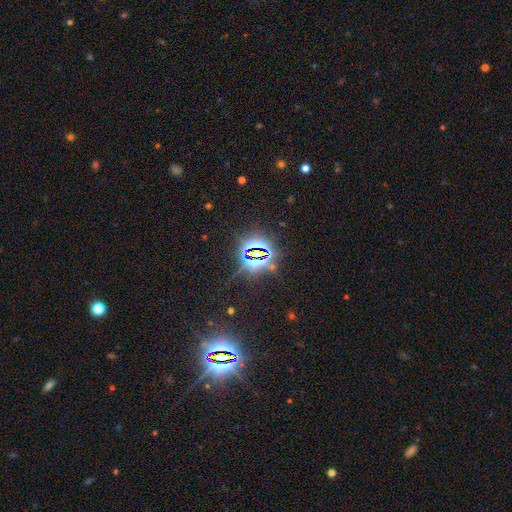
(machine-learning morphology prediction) Smooth or featured? star or artifact (81%)